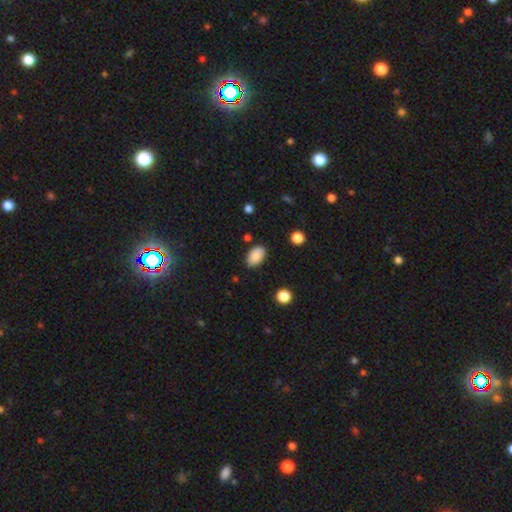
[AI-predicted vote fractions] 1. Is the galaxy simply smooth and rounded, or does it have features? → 87% smooth, 8% star or artifact, 5% featured or disk.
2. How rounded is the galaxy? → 91% in between, 8% round, 1% cigar-shaped.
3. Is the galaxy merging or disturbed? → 82% none, 13% minor disturbance, 3% major disturbance, 2% merger.